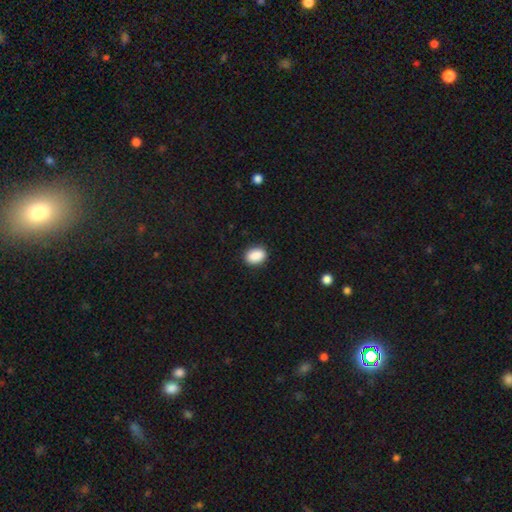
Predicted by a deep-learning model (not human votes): Smooth or featured? smooth (90%)
How rounded? in between (79%)
Merging? none (89%)